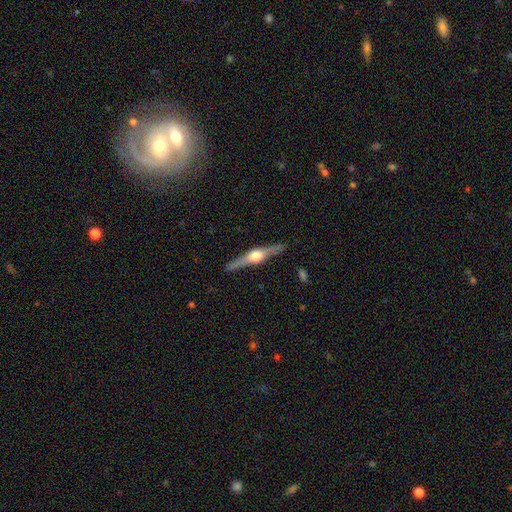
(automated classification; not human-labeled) A featured or disk galaxy (79%) viewed edge-on (98%) with a rounded central bulge (93%).

Vote fractions:
- Smooth or featured? featured or disk: 79% / smooth: 16% / star or artifact: 5%
- Edge-on disk? yes: 98% / no: 2%
- Edge-on bulge? rounded: 93% / boxy: 5% / none: 2%
- Merging? none: 90% / minor disturbance: 7% / major disturbance: 2% / merger: 1%